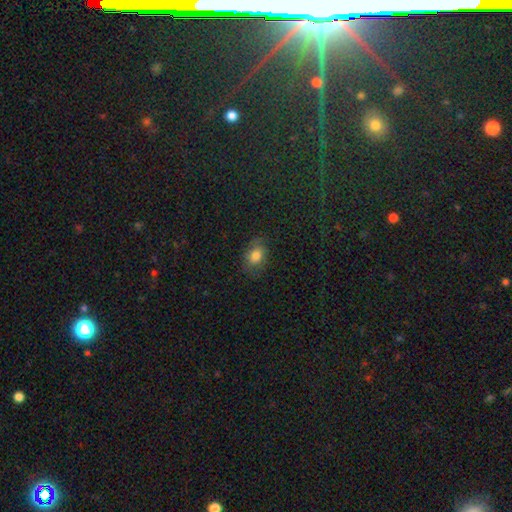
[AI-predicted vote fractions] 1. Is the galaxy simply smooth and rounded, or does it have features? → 74% smooth, 13% star or artifact, 13% featured or disk.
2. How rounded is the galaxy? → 69% in between, 29% round, 1% cigar-shaped.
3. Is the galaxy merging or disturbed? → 72% none, 20% minor disturbance, 7% major disturbance, 1% merger.